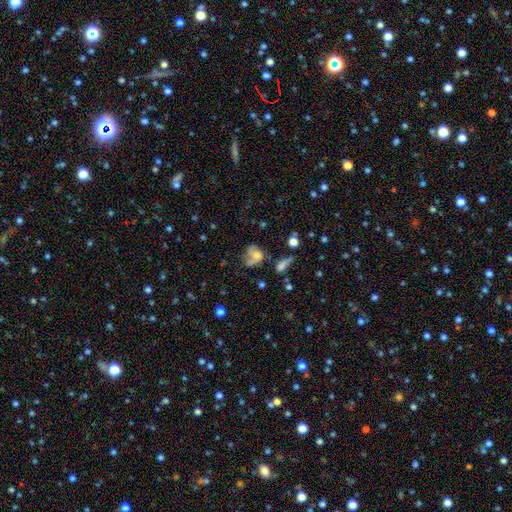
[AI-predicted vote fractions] Overall: smooth (46%; featured or disk 42%). Merging: none (30%, tied with major disturbance).